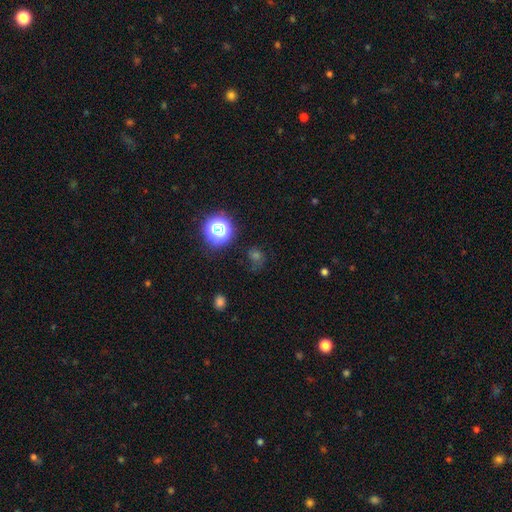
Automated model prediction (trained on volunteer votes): Morphology: type=star or artifact (46%).